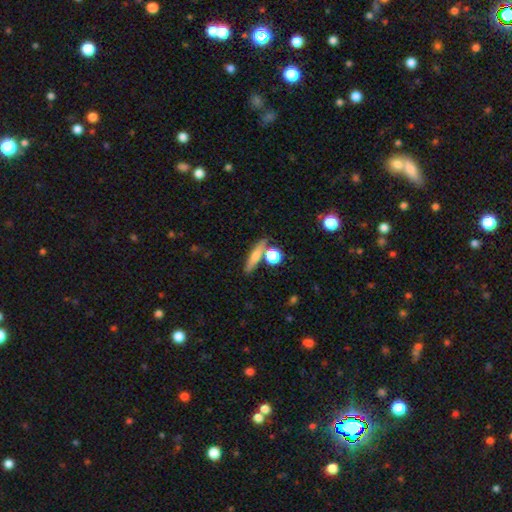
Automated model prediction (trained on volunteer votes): The model was most divided on "smooth or featured": smooth: 57%, featured or disk: 32%, star or artifact: 11%. More confident: merging — none (70%); how rounded — cigar-shaped (66%).